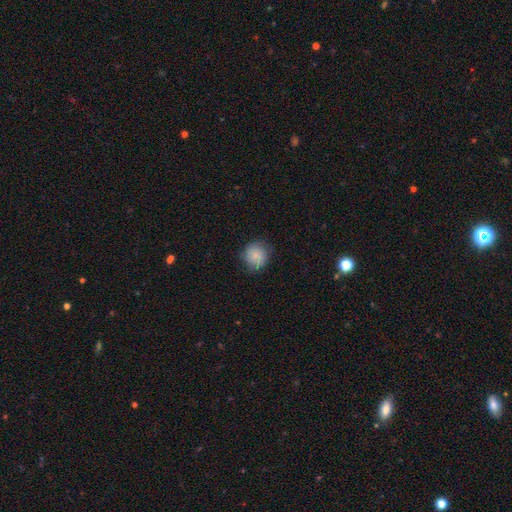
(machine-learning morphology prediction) A smooth galaxy with no disk features (82%) that is round (88%).

Vote fractions:
- Smooth or featured? smooth: 82% / featured or disk: 11% / star or artifact: 8%
- How rounded? round: 88% / in between: 12% / cigar-shaped: 1%
- Merging? none: 77% / minor disturbance: 18% / major disturbance: 4% / merger: 1%